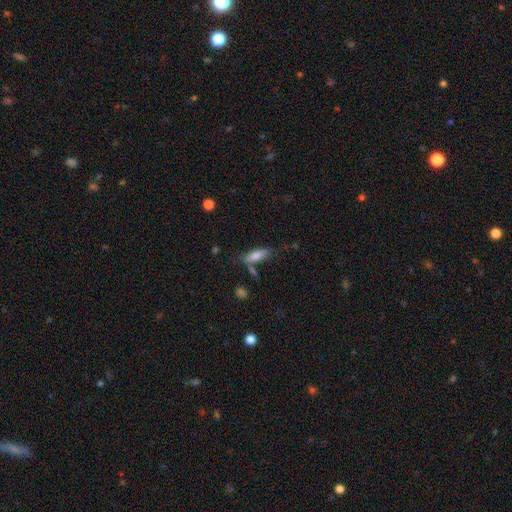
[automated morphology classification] The model was most divided on "how rounded": in between: 59%, cigar-shaped: 39%, round: 2%. More confident: smooth or featured — smooth (76%); merging — none (65%).